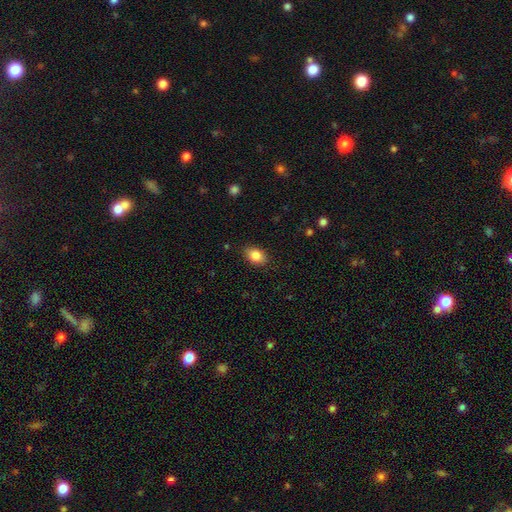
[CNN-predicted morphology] Overall: smooth (86%). How rounded: in between (79%). Merging: none (86%).